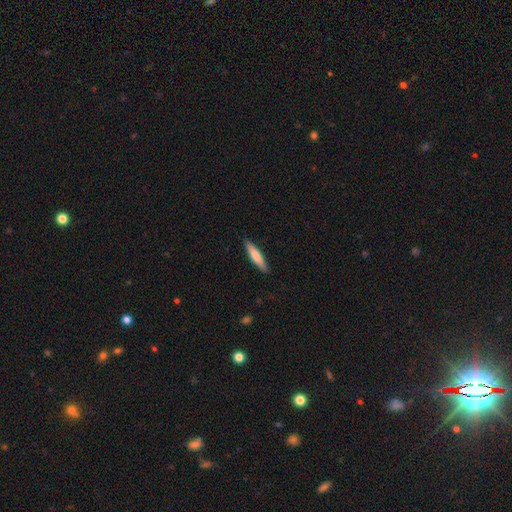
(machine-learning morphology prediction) This appears to be a smooth galaxy with no disk features (66%) that is cigar-shaped (85%). Merging: none (90%).